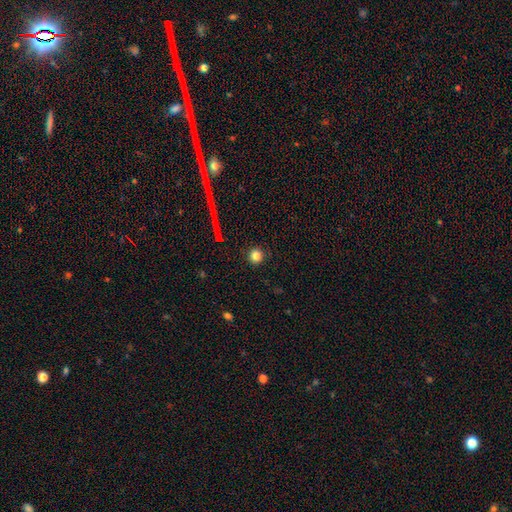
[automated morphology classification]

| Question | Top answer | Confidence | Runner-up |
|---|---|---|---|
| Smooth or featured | smooth | 82% | star or artifact (12%) |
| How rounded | round | 95% | in between (4%) |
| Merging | none | 92% | minor disturbance (5%) |